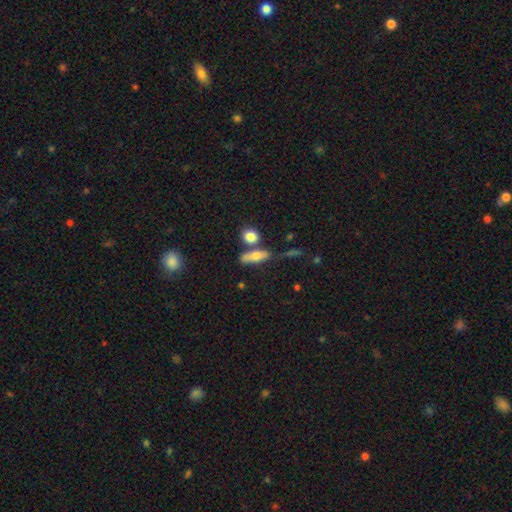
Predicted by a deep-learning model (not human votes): The model was most divided on "how rounded": in between: 50%, cigar-shaped: 41%, round: 8%. More confident: smooth or featured — smooth (66%); merging — none (58%).